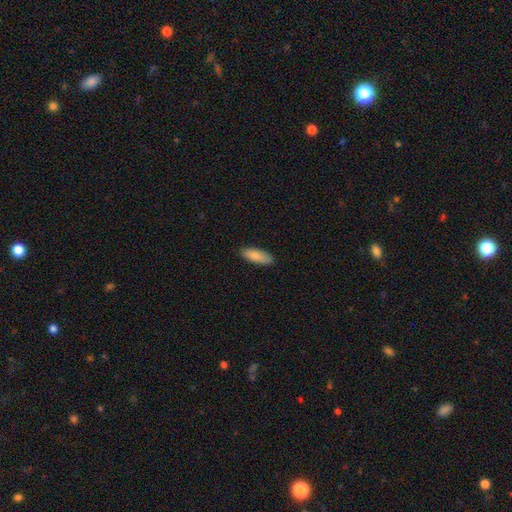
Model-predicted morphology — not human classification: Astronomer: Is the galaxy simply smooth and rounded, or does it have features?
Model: smooth — 83%.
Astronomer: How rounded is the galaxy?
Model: in between — 69%.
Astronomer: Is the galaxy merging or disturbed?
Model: none — 87%.